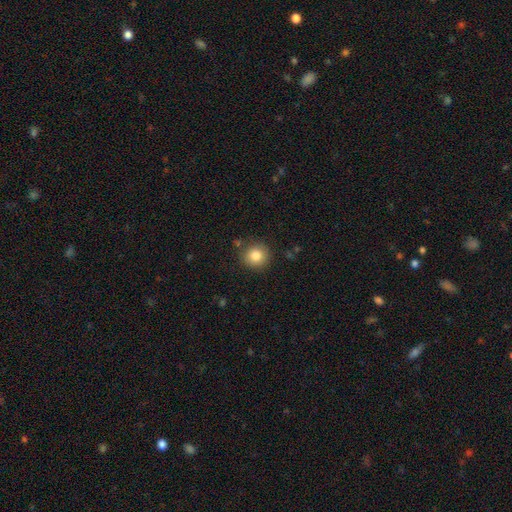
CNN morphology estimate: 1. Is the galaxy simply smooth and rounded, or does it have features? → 83% smooth, 10% star or artifact, 7% featured or disk.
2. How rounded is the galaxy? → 92% round, 7% in between, 1% cigar-shaped.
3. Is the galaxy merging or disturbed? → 85% none, 9% minor disturbance, 3% merger, 3% major disturbance.